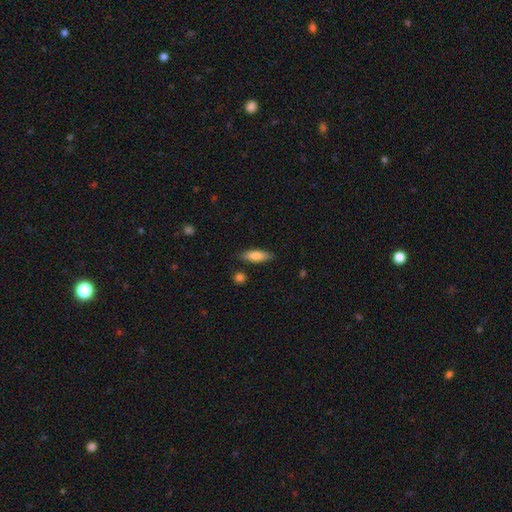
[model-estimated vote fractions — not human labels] This appears to be a smooth galaxy with no disk features (79%) that is in between round and cigar-shaped (54%). Merging: none (82%).